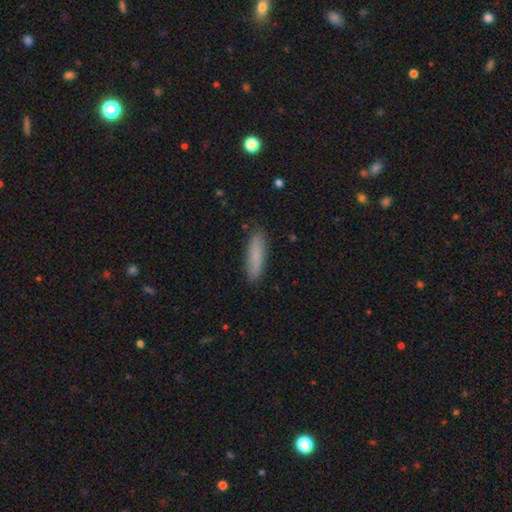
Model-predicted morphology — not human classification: Overall: smooth (84%). How rounded: cigar-shaped (77%). Merging: none (88%).